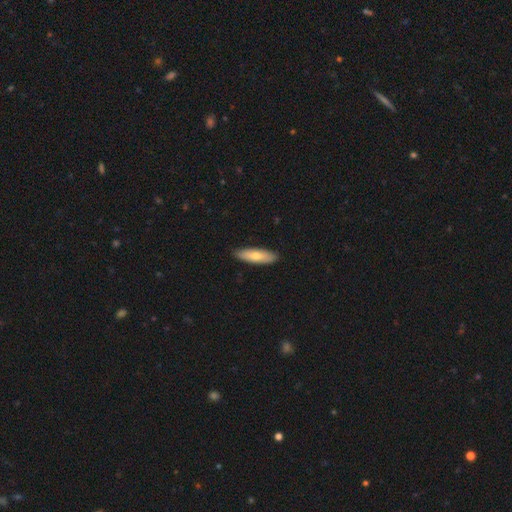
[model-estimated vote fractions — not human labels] Q: Smooth or featured?
A: smooth (64%); runner-up: featured or disk (29%)
Q: How rounded?
A: cigar-shaped (59%); runner-up: in between (38%)
Q: Merging?
A: none (90%); runner-up: minor disturbance (8%)